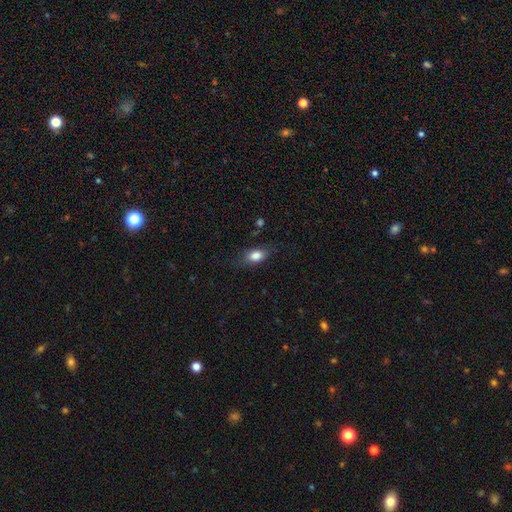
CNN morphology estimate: smooth_or_featured: smooth (p=0.81) [alt: featured or disk p=0.10]
how_rounded: in between (p=0.81) [alt: round p=0.12]
merging: none (p=0.74) [alt: minor disturbance p=0.19]